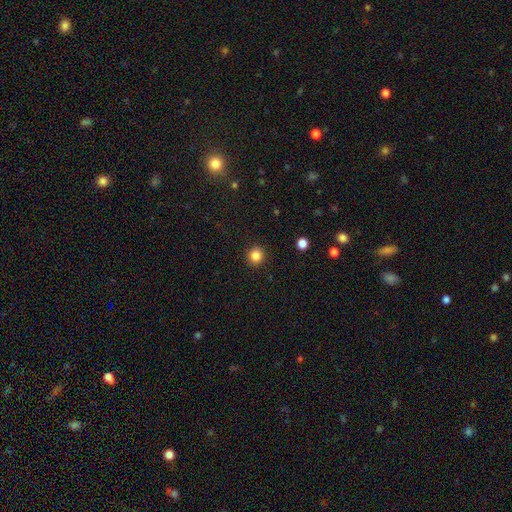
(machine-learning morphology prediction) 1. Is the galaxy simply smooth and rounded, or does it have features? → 85% smooth, 11% star or artifact, 4% featured or disk.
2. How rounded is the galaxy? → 94% round, 6% in between, 1% cigar-shaped.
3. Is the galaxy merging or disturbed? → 93% none, 5% minor disturbance, 2% major disturbance, 1% merger.